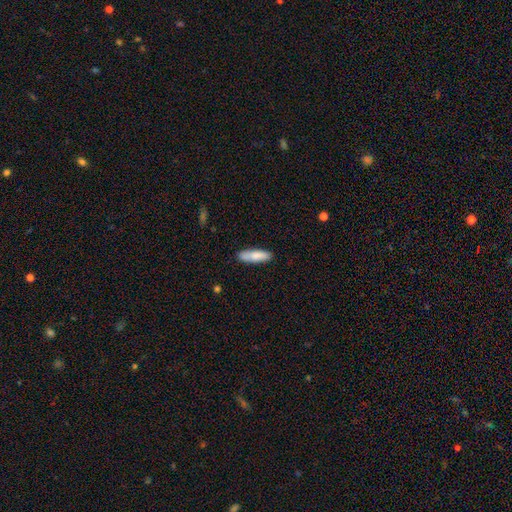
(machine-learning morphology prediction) Overall: smooth (83%). How rounded: cigar-shaped (61%; in between 37%). Merging: none (84%).